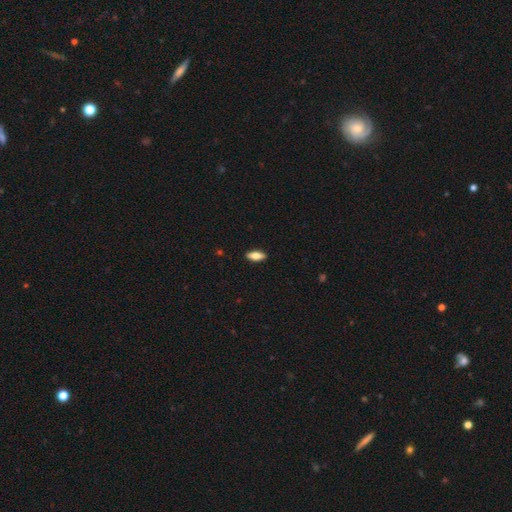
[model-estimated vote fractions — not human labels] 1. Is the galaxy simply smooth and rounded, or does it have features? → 68% smooth, 25% featured or disk, 6% star or artifact.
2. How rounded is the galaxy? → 80% in between, 18% cigar-shaped, 3% round.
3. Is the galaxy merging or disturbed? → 90% none, 8% minor disturbance, 2% major disturbance, 1% merger.